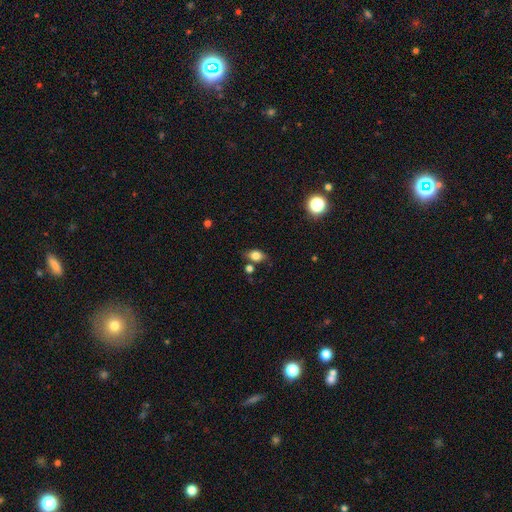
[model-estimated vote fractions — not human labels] Smooth or featured? Predicted: smooth (p=0.77). How rounded? Predicted: in between (p=0.75). Merging? Predicted: none (p=0.66).